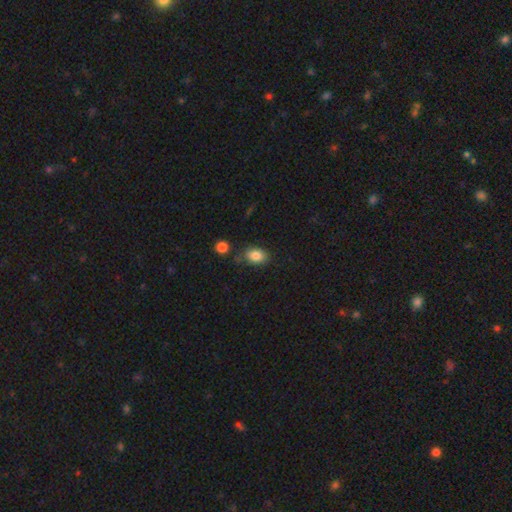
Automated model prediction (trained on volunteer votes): smooth_or_featured: smooth (p=0.85) [alt: star or artifact p=0.09]
how_rounded: in between (p=0.80) [alt: round p=0.19]
merging: none (p=0.73) [alt: minor disturbance p=0.16]